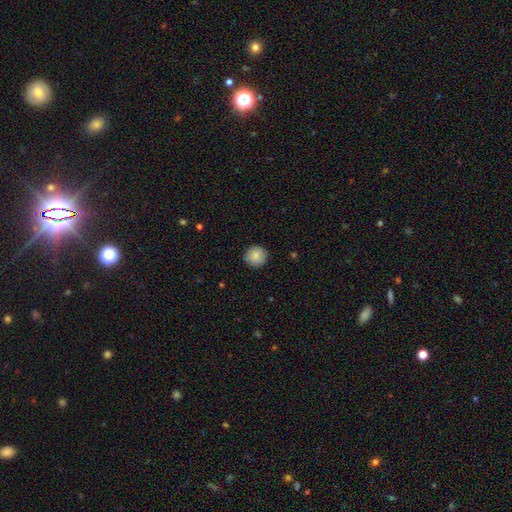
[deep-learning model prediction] This appears to be a smooth galaxy with no disk features (86%) that is round (95%). Merging: none (90%).